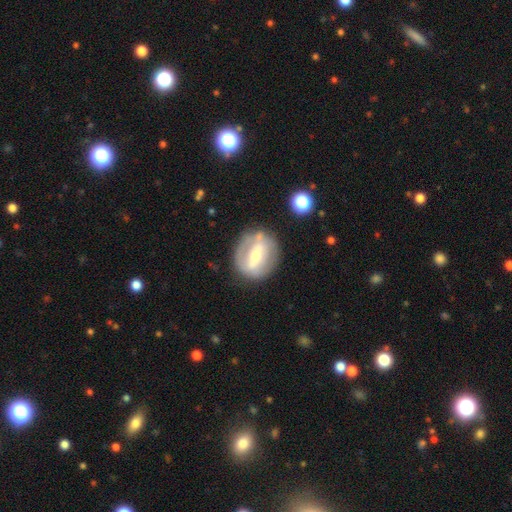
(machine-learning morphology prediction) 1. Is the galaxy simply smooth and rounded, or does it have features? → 64% featured or disk, 29% smooth, 7% star or artifact.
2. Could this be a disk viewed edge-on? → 92% no, 8% yes.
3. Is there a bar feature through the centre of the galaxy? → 55% strong, 30% weak, 15% no.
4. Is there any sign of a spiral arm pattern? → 59% no, 41% yes.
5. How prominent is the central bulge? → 51% moderate, 41% small, 5% large, 2% none, 1% dominant.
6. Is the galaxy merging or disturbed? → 73% none, 16% minor disturbance, 7% major disturbance, 4% merger.